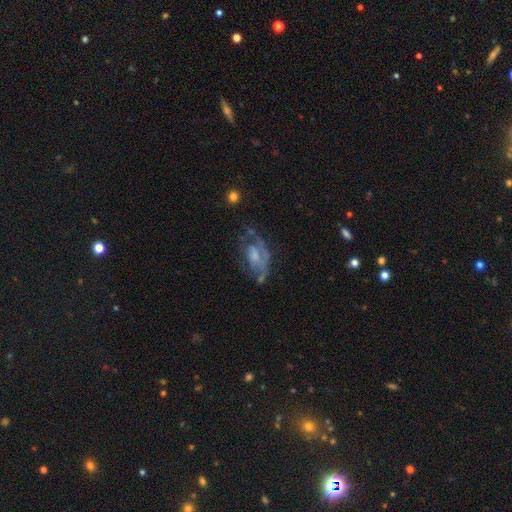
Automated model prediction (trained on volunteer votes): The model was most divided on "bulge size": moderate: 36%, small: 32%, none: 21%, large: 9%, dominant: 2%. Remaining: edge-on disk — no (95%); bar — no (72%); smooth or featured — featured or disk (66%); spiral arms — yes (58%); merging — none (38%).